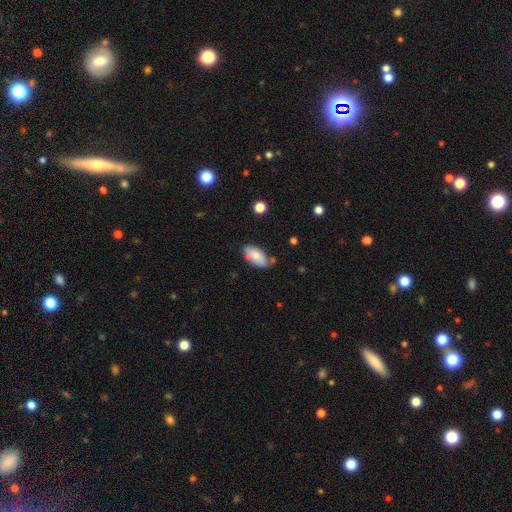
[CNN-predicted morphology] This appears to be a smooth galaxy with no disk features (78%) that is in between round and cigar-shaped (93%). Merging: none (68%).